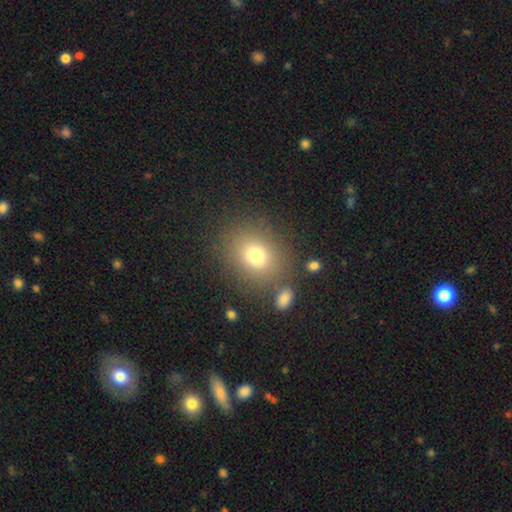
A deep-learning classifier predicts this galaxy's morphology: Smooth or featured? Predicted: smooth (p=0.75). How rounded? Predicted: round (p=0.65). Merging? Predicted: none (p=0.79).